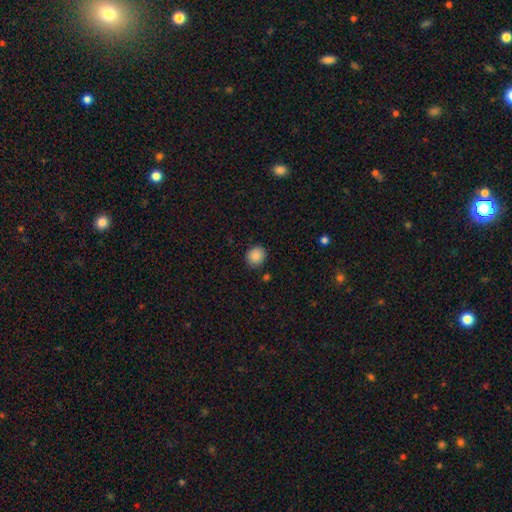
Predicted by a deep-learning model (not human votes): smooth-or-featured: smooth: 88% | star or artifact: 9% | featured or disk: 3%
  how-rounded: round: 79% | in between: 21% | cigar-shaped: 1%
  merging: none: 86% | minor disturbance: 9% | major disturbance: 2% | merger: 2%